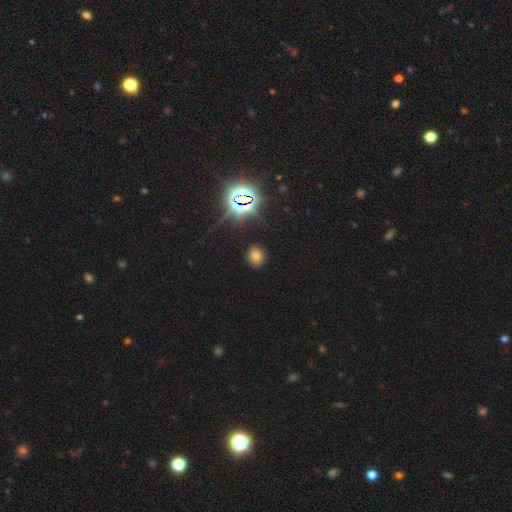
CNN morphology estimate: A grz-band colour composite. It shows a smooth galaxy with no disk features (63%) that is round (55%). Merging: none (87%).